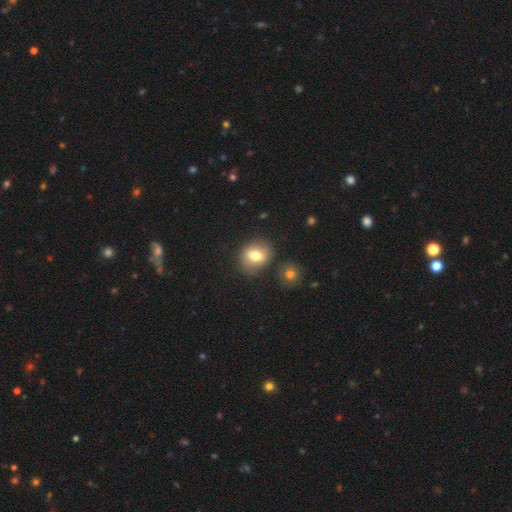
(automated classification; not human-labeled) Smooth or featured?
  - smooth: 73% *
  - featured or disk: 18%
  - star or artifact: 9%
How rounded?
  - round: 57% *
  - in between: 42%
  - cigar-shaped: 1%
Merging?
  - none: 78% *
  - minor disturbance: 12%
  - merger: 6%
  - major disturbance: 4%